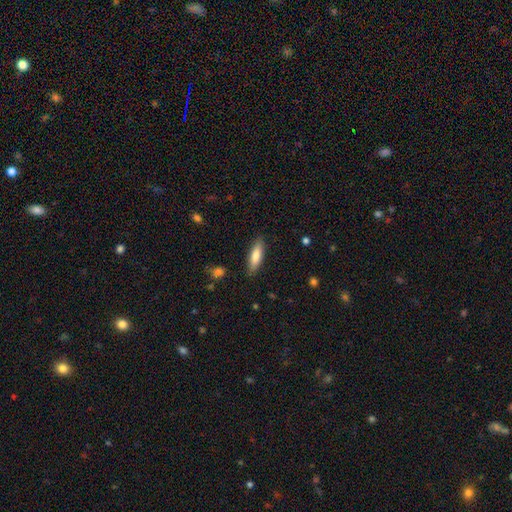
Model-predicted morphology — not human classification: The model was most divided on "how rounded": cigar-shaped: 55%, in between: 44%, round: 2%. More confident: merging — none (86%); smooth or featured — smooth (80%).